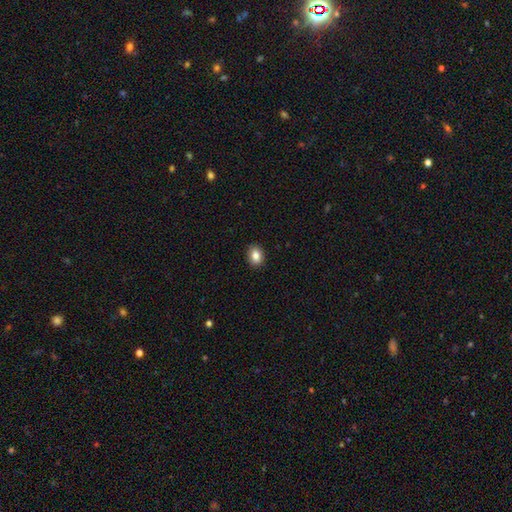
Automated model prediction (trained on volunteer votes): smooth 85%, star or artifact 9%, featured or disk 6%. Down the decision tree: how rounded — in between (62%); merging — none (90%).